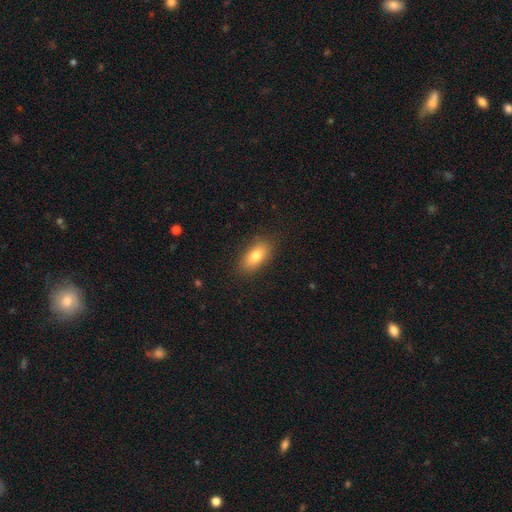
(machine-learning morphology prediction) type=smooth (80%); roundness=in between (87%); merging=none (85%).